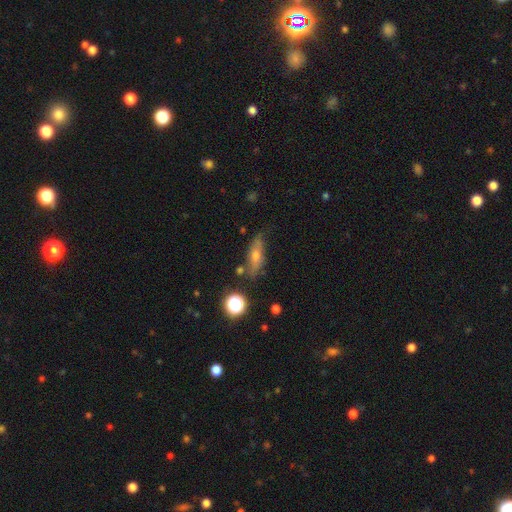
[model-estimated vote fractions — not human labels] Smooth or featured: smooth — 47% (featured or disk — 38%)
Merging: none — 70% (minor disturbance — 20%)